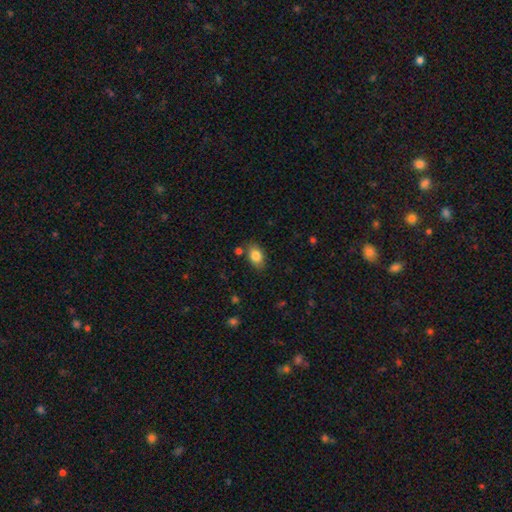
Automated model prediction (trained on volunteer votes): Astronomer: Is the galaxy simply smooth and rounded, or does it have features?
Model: smooth — 84%.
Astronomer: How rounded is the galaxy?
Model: in between — 85%.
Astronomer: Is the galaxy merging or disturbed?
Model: none — 79%.